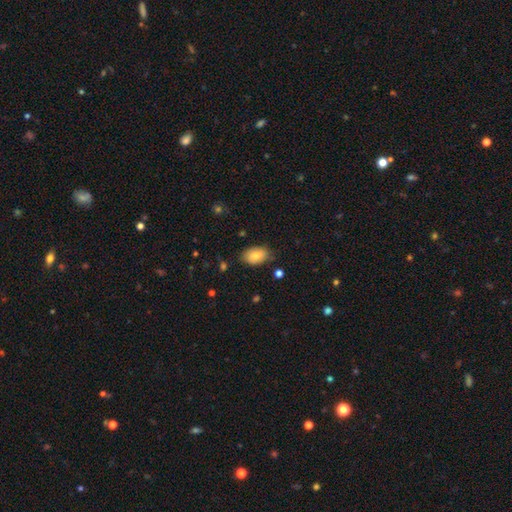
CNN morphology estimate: smooth_or_featured: smooth (p=0.80) [alt: featured or disk p=0.12]
how_rounded: in between (p=0.90) [alt: round p=0.09]
merging: none (p=0.77) [alt: minor disturbance p=0.18]